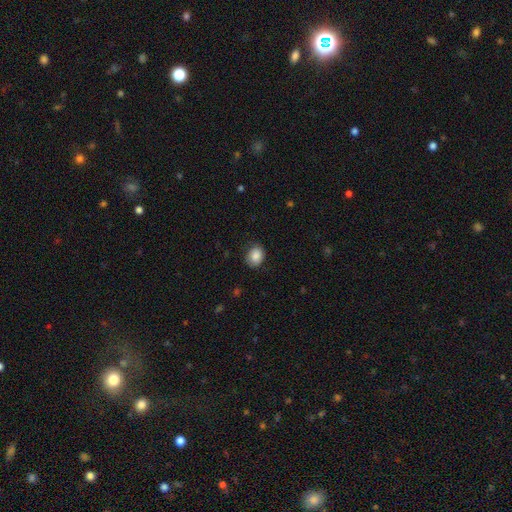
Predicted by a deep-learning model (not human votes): A smooth galaxy with no disk features (84%) that is round (51%). Merging: none (76%).